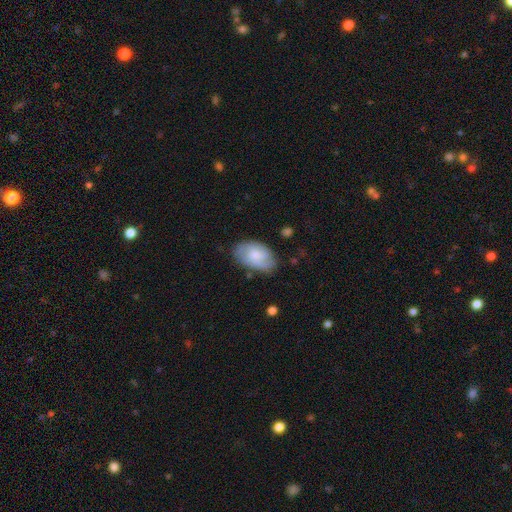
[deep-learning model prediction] Smooth or featured? Predicted: smooth (p=0.52). How rounded? Predicted: in between (p=0.91). Merging? Predicted: none (p=0.69).